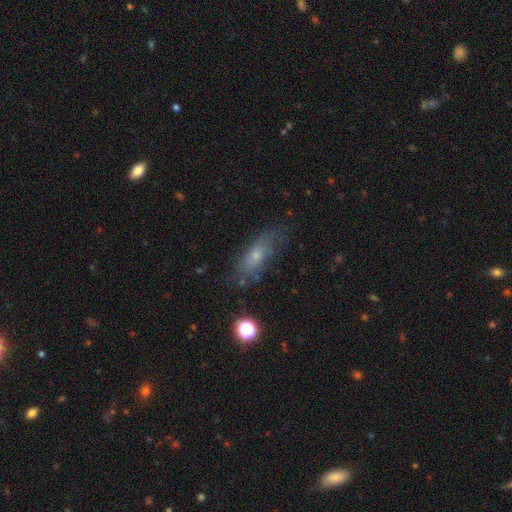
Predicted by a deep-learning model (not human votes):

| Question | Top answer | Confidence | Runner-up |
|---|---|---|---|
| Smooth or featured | smooth | 55% | featured or disk (33%) |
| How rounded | in between | 58% | cigar-shaped (37%) |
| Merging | none | 66% | minor disturbance (22%) |